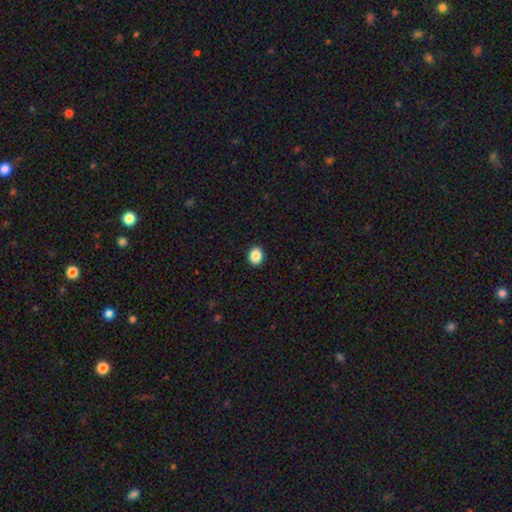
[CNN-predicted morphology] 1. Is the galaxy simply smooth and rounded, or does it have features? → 88% smooth, 9% star or artifact, 3% featured or disk.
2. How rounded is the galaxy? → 62% round, 37% in between, 1% cigar-shaped.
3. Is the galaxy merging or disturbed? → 92% none, 5% minor disturbance, 2% major disturbance, 1% merger.